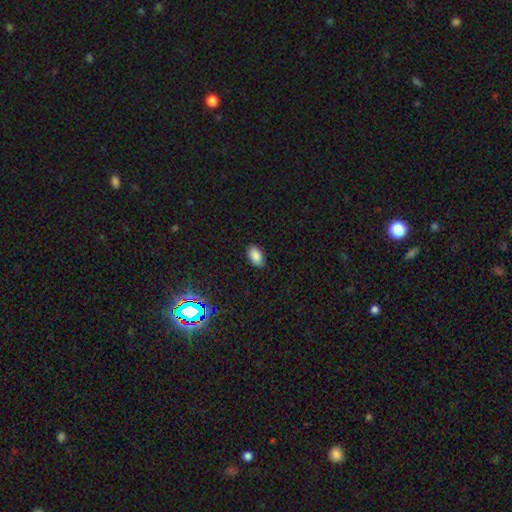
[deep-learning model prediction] Q: Smooth or featured?
A: smooth (86%); runner-up: star or artifact (10%)
Q: How rounded?
A: in between (92%); runner-up: round (6%)
Q: Merging?
A: none (87%); runner-up: minor disturbance (10%)